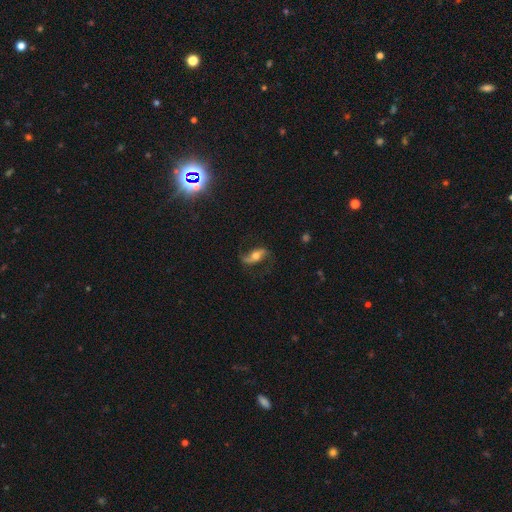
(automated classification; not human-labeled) smooth_or_featured: featured or disk (p=0.69) [alt: smooth p=0.23]
disk_edge_on: no (p=0.83) [alt: yes p=0.17]
bar: no (p=0.43) [alt: strong p=0.29]
has_spiral_arms: yes (p=0.90) [alt: no p=0.10]
spiral_winding: loose (p=0.78) [alt: medium p=0.16]
spiral_arm_count: 2 (p=0.91) [alt: 1 p=0.03]
bulge_size: moderate (p=0.63) [alt: small p=0.18]
merging: none (p=0.72) [alt: minor disturbance p=0.17]